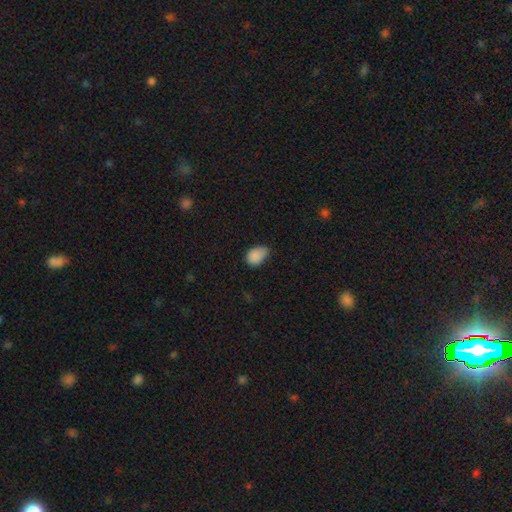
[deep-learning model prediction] smooth_or_featured: smooth (p=0.87) [alt: star or artifact p=0.09]
how_rounded: in between (p=0.80) [alt: round p=0.19]
merging: minor disturbance (p=0.45) [tied with: none p=0.45]